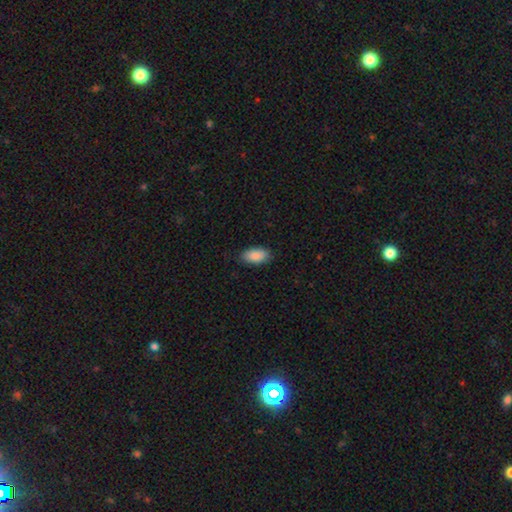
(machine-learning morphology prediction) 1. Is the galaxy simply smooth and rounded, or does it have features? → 89% smooth, 6% star or artifact, 4% featured or disk.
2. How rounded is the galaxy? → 94% in between, 4% cigar-shaped, 3% round.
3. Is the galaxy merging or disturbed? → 85% none, 11% minor disturbance, 2% major disturbance, 1% merger.